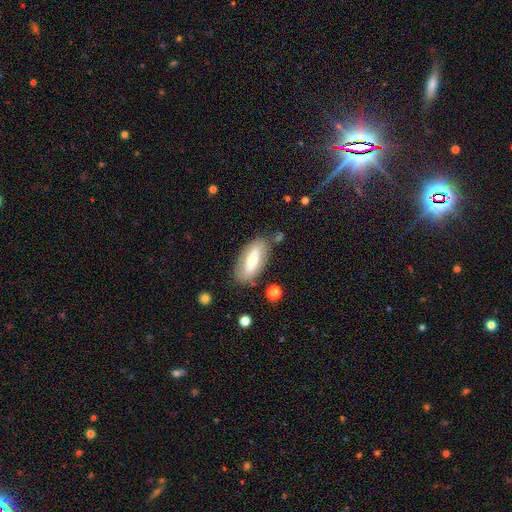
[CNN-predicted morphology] Smooth or featured?
  - featured or disk: 47% *
  - smooth: 43%
  - star or artifact: 11%
Merging?
  - none: 77% *
  - minor disturbance: 16%
  - major disturbance: 4%
  - merger: 3%